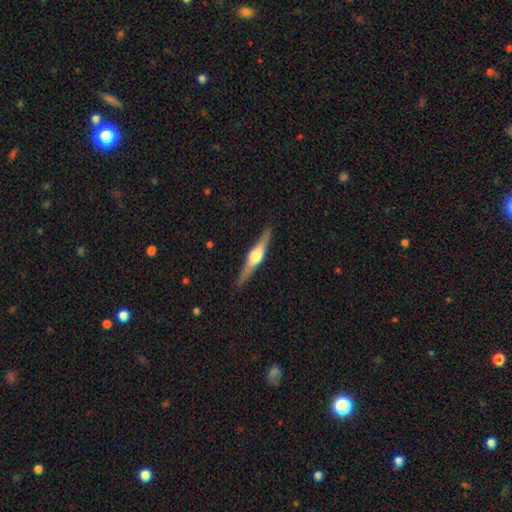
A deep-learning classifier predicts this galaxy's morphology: Q: Smooth or featured?
A: featured or disk (77%); runner-up: smooth (18%)
Q: Edge-on disk?
A: yes (98%); runner-up: no (2%)
Q: Edge-on bulge?
A: rounded (93%); runner-up: boxy (5%)
Q: Merging?
A: none (90%); runner-up: minor disturbance (7%)